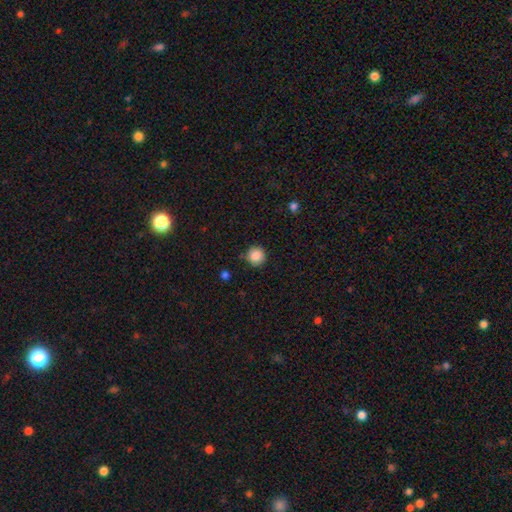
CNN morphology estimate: Overall: smooth (87%). How rounded: round (95%). Merging: none (88%).